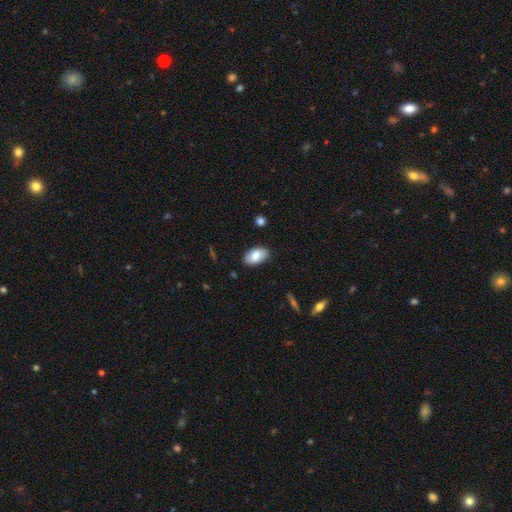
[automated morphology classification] This is clearly a smooth galaxy (82%). How rounded: clearly in between (95%). Merging: clearly none (86%).